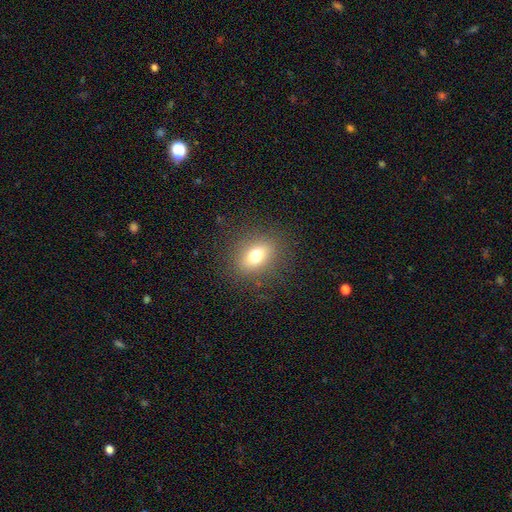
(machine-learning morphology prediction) Overall: smooth (69%). How rounded: in between (63%; round 32%). Merging: none (86%).